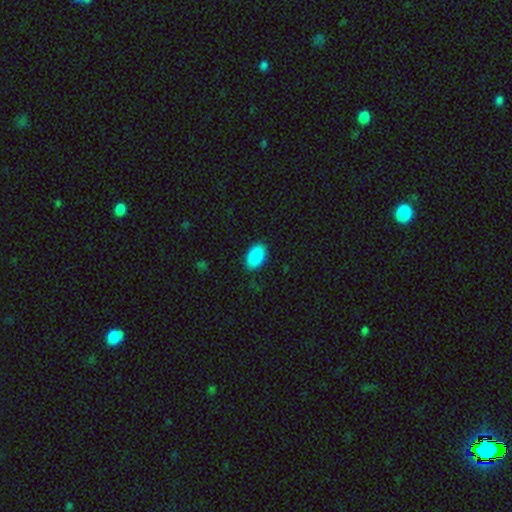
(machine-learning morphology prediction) smooth-or-featured: smooth: 89% | star or artifact: 7% | featured or disk: 4%
  how-rounded: in between: 93% | round: 6% | cigar-shaped: 1%
  merging: none: 85% | minor disturbance: 12% | major disturbance: 3% | merger: 1%